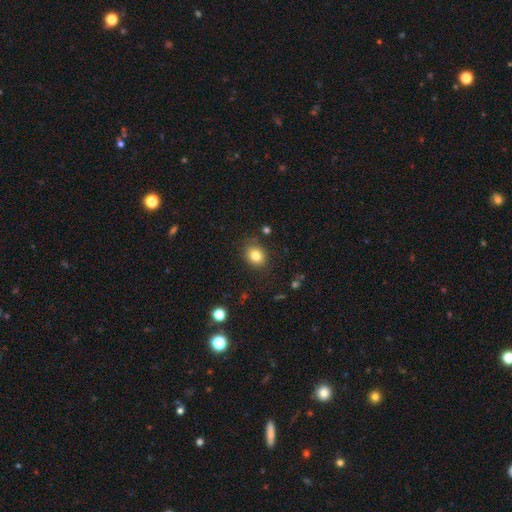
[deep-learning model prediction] A smooth galaxy with no disk features (82%) that is round (63%).

Vote fractions:
- Smooth or featured? smooth: 82% / star or artifact: 11% / featured or disk: 7%
- How rounded? round: 63% / in between: 36% / cigar-shaped: 1%
- Merging? none: 83% / minor disturbance: 12% / major disturbance: 3% / merger: 2%